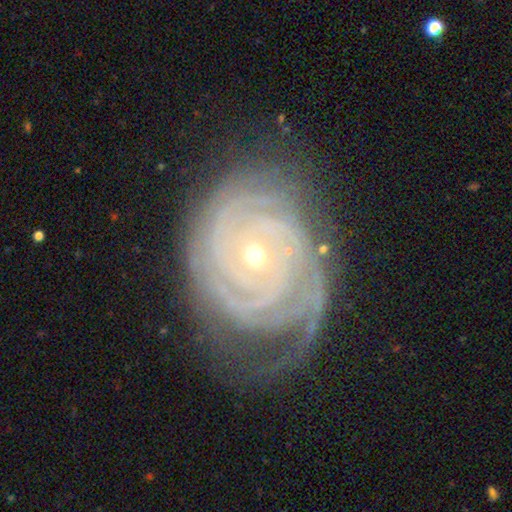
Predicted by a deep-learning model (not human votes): A featured or disk galaxy (89%) with no bar (72%), 2 (26%) tight (82%) spiral arms (97%) and a small central bulge (69%).

Vote fractions:
- Smooth or featured? featured or disk: 89% / star or artifact: 6% / smooth: 5%
- Edge-on disk? no: 97% / yes: 3%
- Bar? no: 72% / weak: 19% / strong: 9%
- Spiral arms? yes: 97% / no: 3%
- Spiral winding? tight: 82% / medium: 14% / loose: 4%
- Spiral arm count? 2: 26% / can't tell: 22% / 3: 20% / 4: 14% / more than 4: 10% / 1: 8%
- Bulge size? small: 69% / moderate: 28% / large: 1% / dominant: 1% / none: 1%
- Merging? none: 66% / minor disturbance: 19% / major disturbance: 12% / merger: 2%